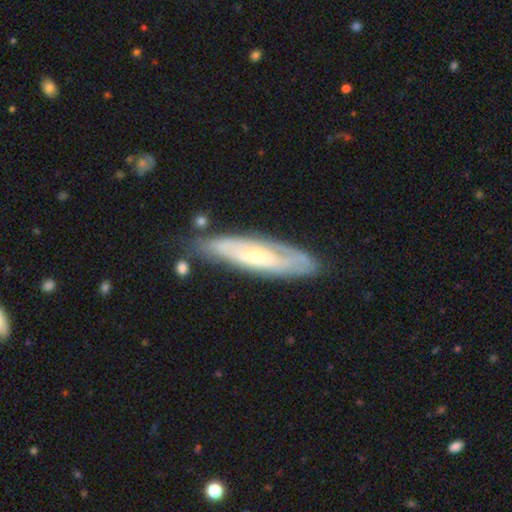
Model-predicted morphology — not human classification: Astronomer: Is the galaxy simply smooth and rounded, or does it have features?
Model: featured or disk — 69%.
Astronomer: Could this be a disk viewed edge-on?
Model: no — 66%.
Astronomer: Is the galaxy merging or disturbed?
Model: none — 73%.